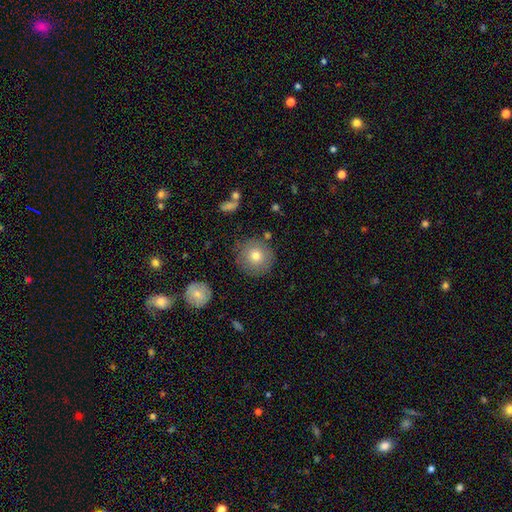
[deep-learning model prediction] Q: Smooth or featured?
A: smooth (75%); runner-up: featured or disk (15%)
Q: How rounded?
A: round (94%); runner-up: in between (5%)
Q: Merging?
A: none (83%); runner-up: minor disturbance (11%)